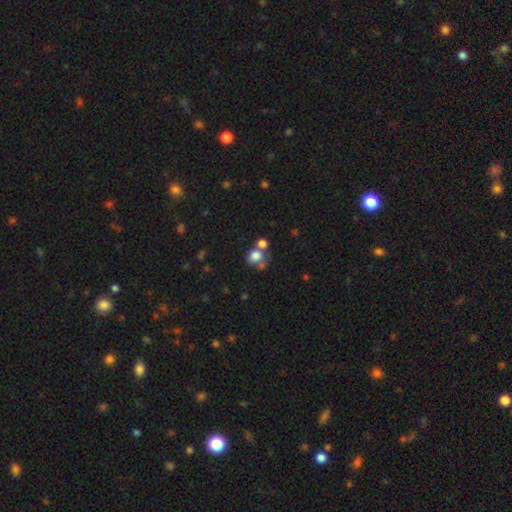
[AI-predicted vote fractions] The model was most divided on "merging": none: 43%, merger: 37%, minor disturbance: 12%, major disturbance: 8%. More confident: smooth or featured — smooth (78%); how rounded — round (66%).